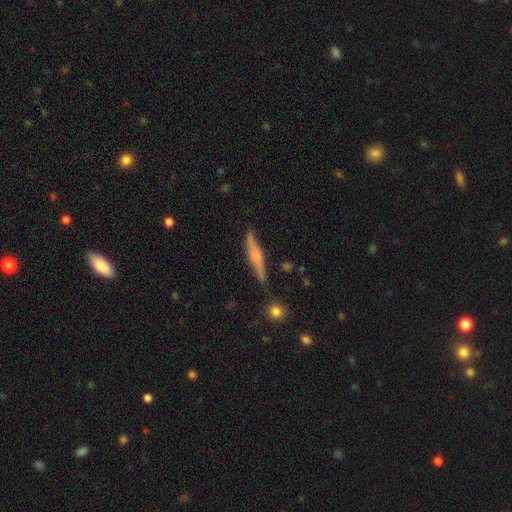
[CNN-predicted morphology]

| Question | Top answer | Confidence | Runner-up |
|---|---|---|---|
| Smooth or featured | featured or disk | 53% | smooth (40%) |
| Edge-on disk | yes | 93% | no (7%) |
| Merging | none | 79% | minor disturbance (15%) |